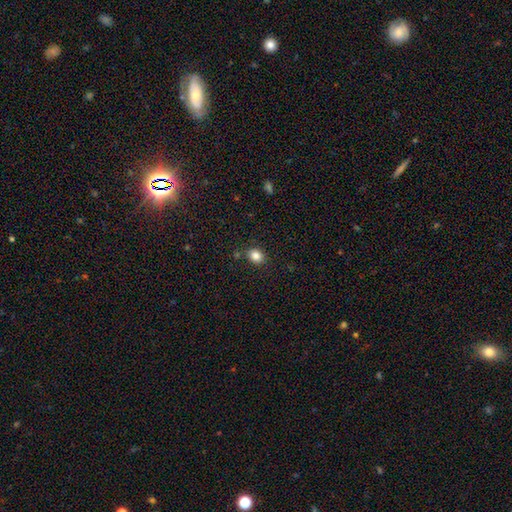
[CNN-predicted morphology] smooth-or-featured: smooth: 84% | star or artifact: 11% | featured or disk: 5%
  how-rounded: round: 57% | in between: 43% | cigar-shaped: 1%
  merging: none: 84% | minor disturbance: 10% | merger: 4% | major disturbance: 3%